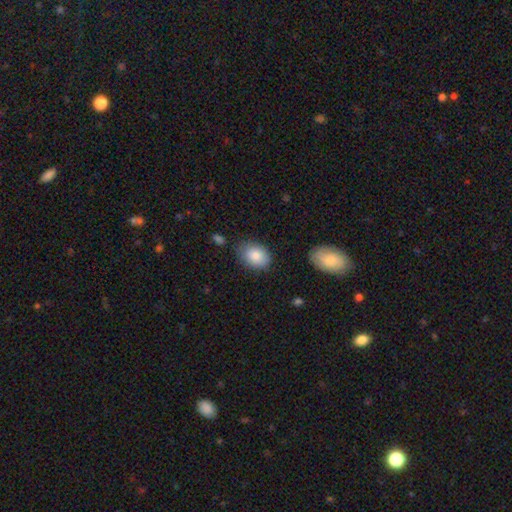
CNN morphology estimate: A smooth galaxy with no disk features (84%) that is in between round and cigar-shaped (74%).

Vote fractions:
- Smooth or featured? smooth: 84% / featured or disk: 9% / star or artifact: 7%
- How rounded? in between: 74% / round: 25% / cigar-shaped: 1%
- Merging? none: 75% / minor disturbance: 19% / major disturbance: 4% / merger: 3%